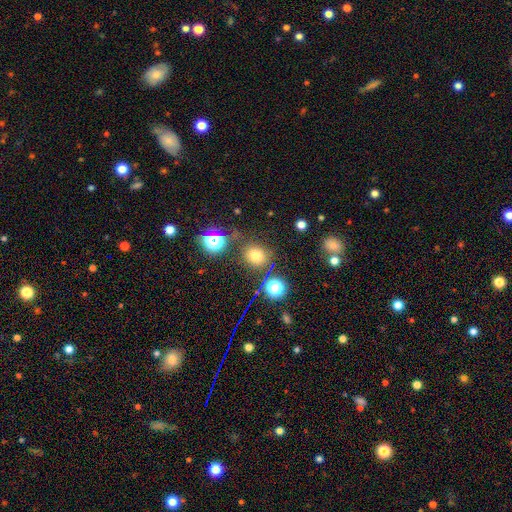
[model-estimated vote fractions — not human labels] Smooth or featured: smooth — 66% (star or artifact — 26%)
How rounded: round — 76% (in between — 23%)
Merging: none — 77% (minor disturbance — 11%)